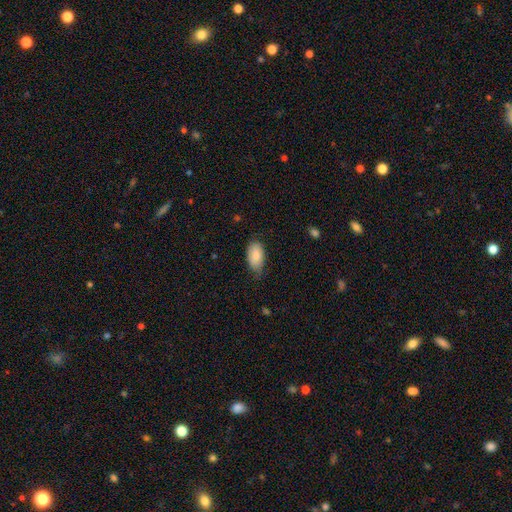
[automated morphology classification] Q: Smooth or featured?
A: smooth (84%); runner-up: featured or disk (9%)
Q: How rounded?
A: in between (94%); runner-up: round (4%)
Q: Merging?
A: none (65%); runner-up: minor disturbance (29%)